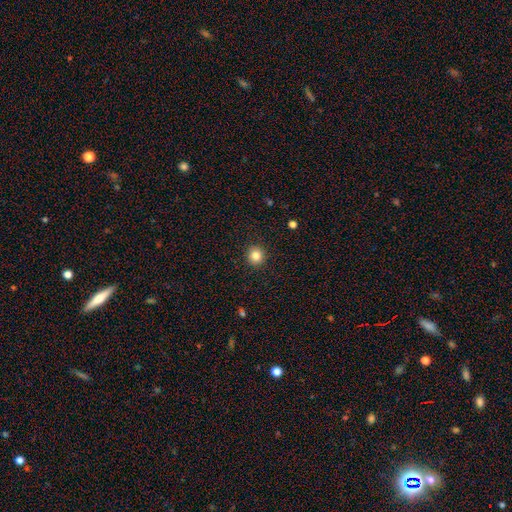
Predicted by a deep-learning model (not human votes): A smooth galaxy with no disk features (84%) that is round (91%).

Vote fractions:
- Smooth or featured? smooth: 84% / star or artifact: 11% / featured or disk: 5%
- How rounded? round: 91% / in between: 8% / cigar-shaped: 1%
- Merging? none: 92% / minor disturbance: 5% / major disturbance: 2% / merger: 1%